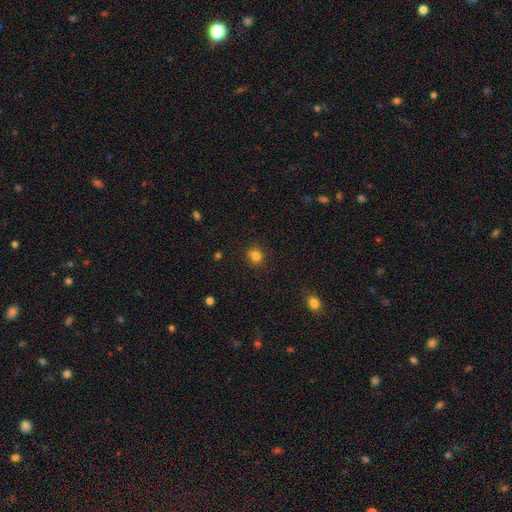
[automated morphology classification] Smooth or featured? smooth (82%)
How rounded? round (76%)
Merging? none (81%)